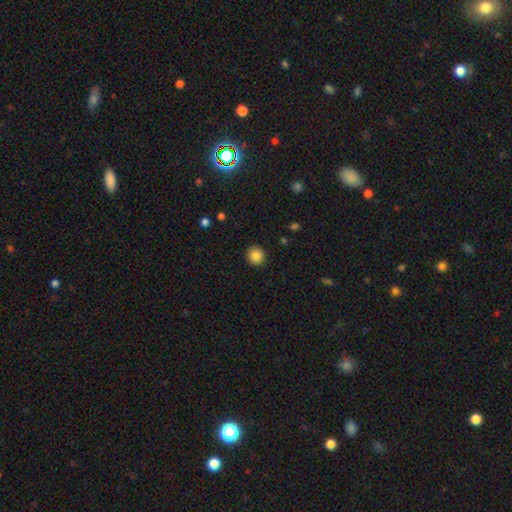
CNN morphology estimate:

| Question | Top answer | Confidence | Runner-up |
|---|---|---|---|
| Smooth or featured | smooth | 85% | star or artifact (10%) |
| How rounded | round | 93% | in between (6%) |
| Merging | none | 92% | minor disturbance (5%) |